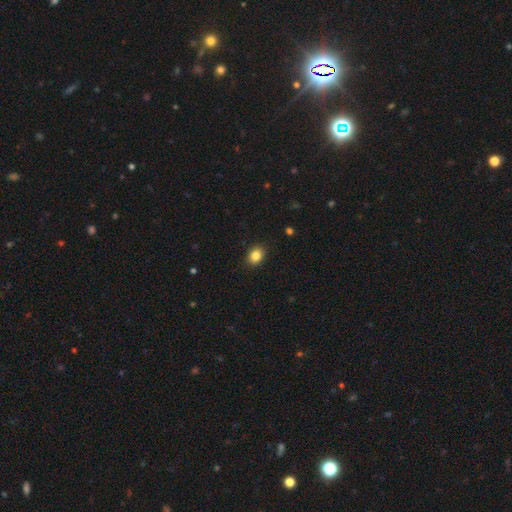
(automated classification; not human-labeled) Smooth or featured: smooth — 85% (star or artifact — 10%)
How rounded: in between — 60% (round — 39%)
Merging: none — 89% (minor disturbance — 8%)